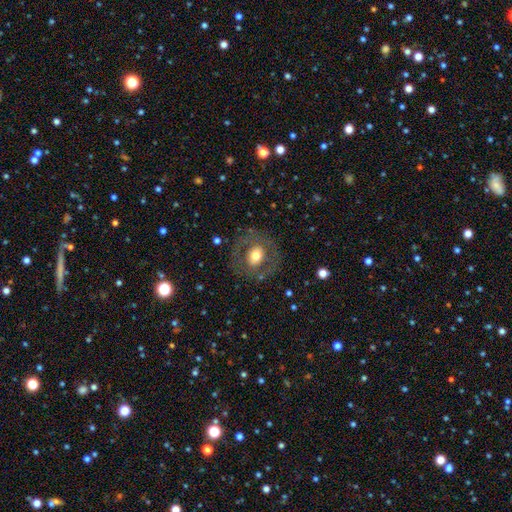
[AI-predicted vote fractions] Smooth or featured? Predicted: smooth (p=0.55). How rounded? Predicted: round (p=0.78). Merging? Predicted: none (p=0.80).